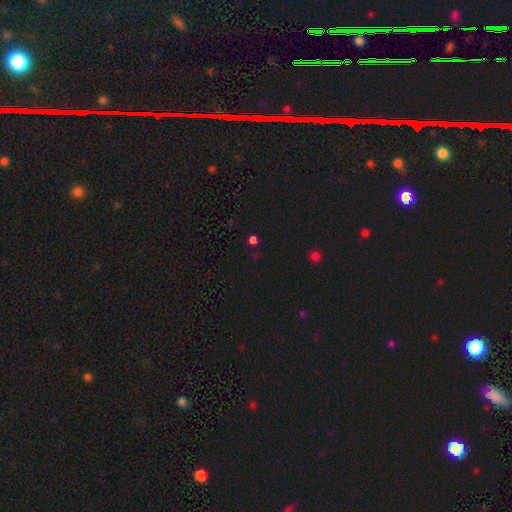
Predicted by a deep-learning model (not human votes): Smooth or featured? star or artifact (56%)